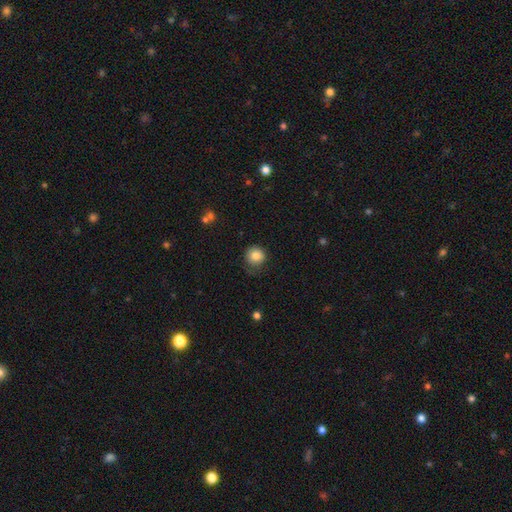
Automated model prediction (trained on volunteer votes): smooth_or_featured: smooth (p=0.83) [alt: star or artifact p=0.10]
how_rounded: round (p=0.91) [alt: in between p=0.08]
merging: none (p=0.71) [alt: minor disturbance p=0.21]